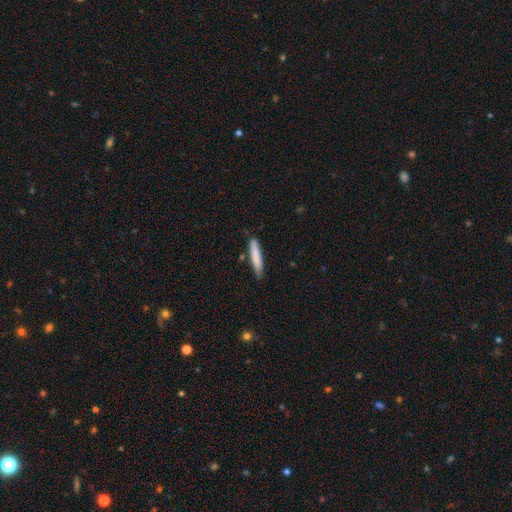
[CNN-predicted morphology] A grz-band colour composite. It shows a smooth galaxy with no disk features (79%) that is cigar-shaped (90%). Merging: none (78%).